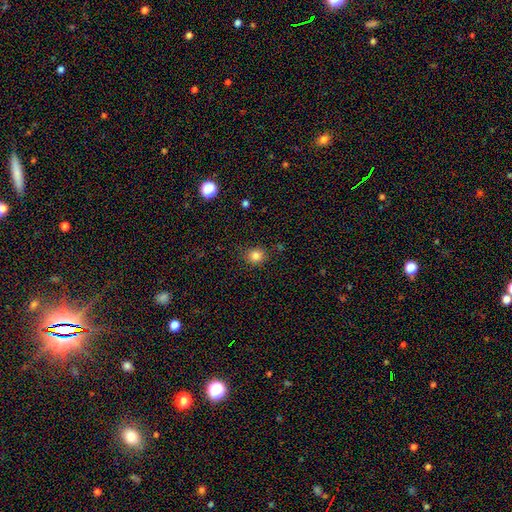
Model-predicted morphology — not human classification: This is clearly a smooth galaxy (83%). How rounded: clearly round (81%). Merging: clearly none (85%).